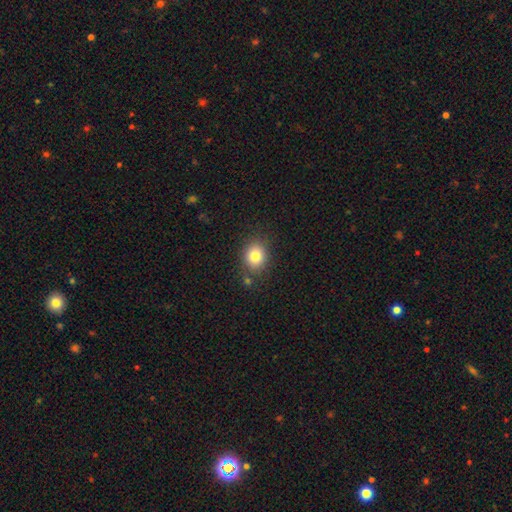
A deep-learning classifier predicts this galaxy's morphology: Smooth or featured: smooth — 82% (star or artifact — 11%)
How rounded: round — 62% (in between — 37%)
Merging: none — 79% (minor disturbance — 12%)